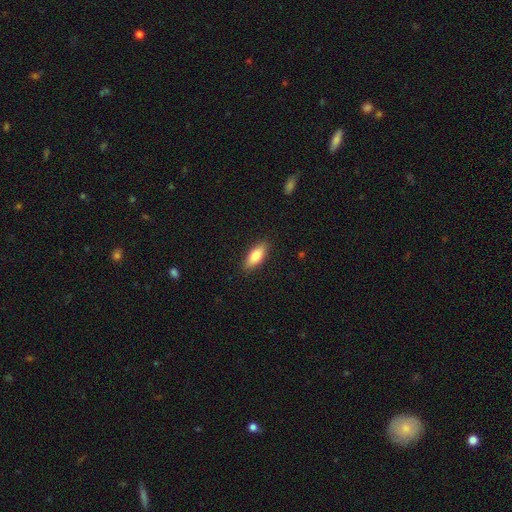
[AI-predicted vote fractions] Morphology: type=smooth (80%); roundness=in between (79%); merging=none (88%).